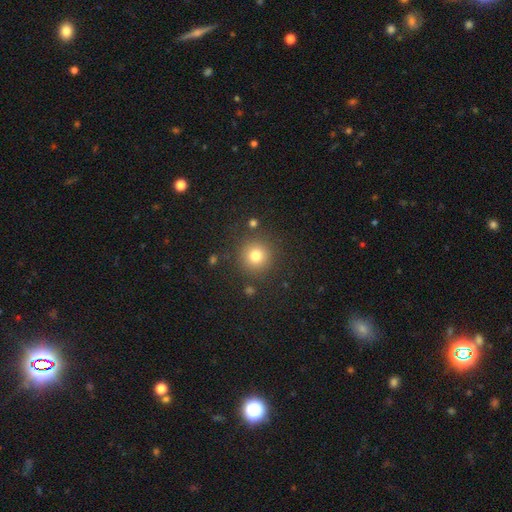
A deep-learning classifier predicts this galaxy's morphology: This appears to be a smooth galaxy with no disk features (79%) that is round (94%). Merging: none (87%).